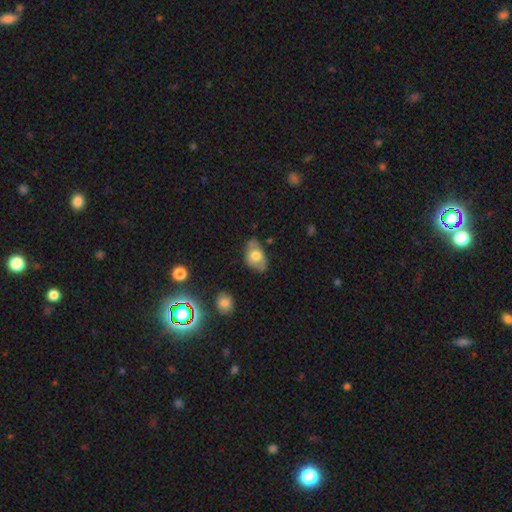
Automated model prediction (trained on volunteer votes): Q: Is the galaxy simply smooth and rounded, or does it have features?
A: smooth — 63%.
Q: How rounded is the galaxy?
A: in between — 87%.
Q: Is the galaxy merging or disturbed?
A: none — 60%.